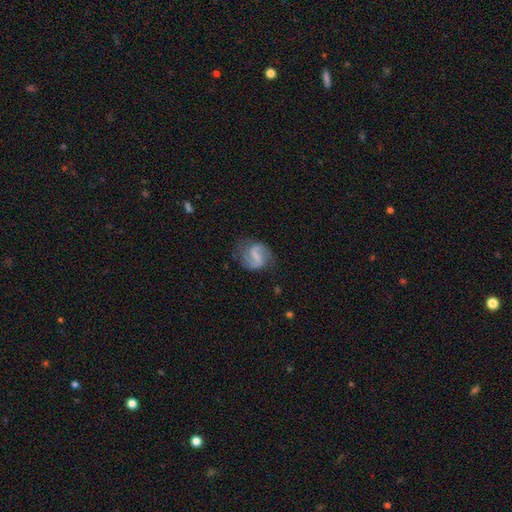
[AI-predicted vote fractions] Morphology: type=featured or disk (77%); edge-on=no (98%); bar=weak (46%); spiral arms=yes (93%); winding=loose (46%); arm count=2 (89%); bulge=none (55%); merging=none (71%).